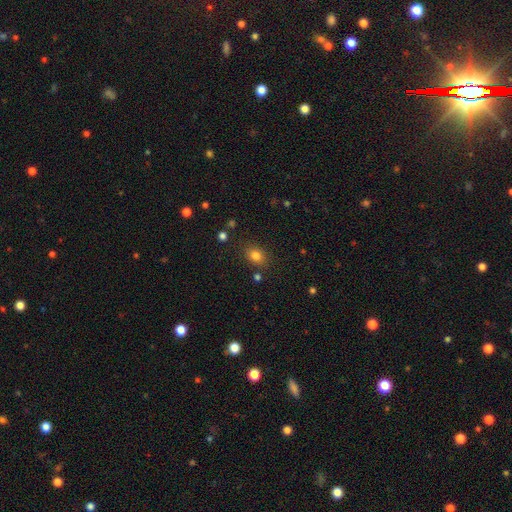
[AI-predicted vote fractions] A smooth galaxy with no disk features (81%) that is in between round and cigar-shaped (55%). Merging: none (82%).